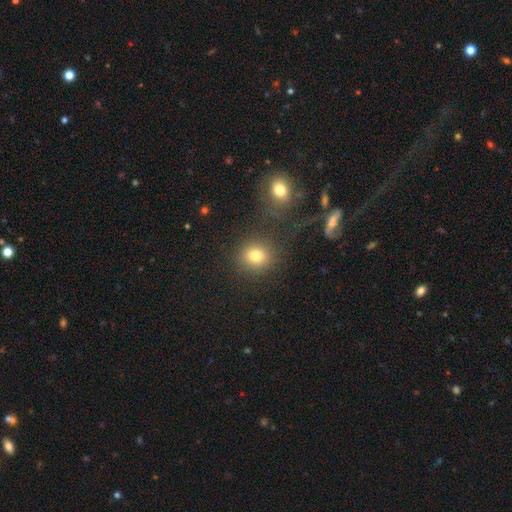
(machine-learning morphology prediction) A smooth galaxy with no disk features (78%) that is round (84%). Merging: none (79%).